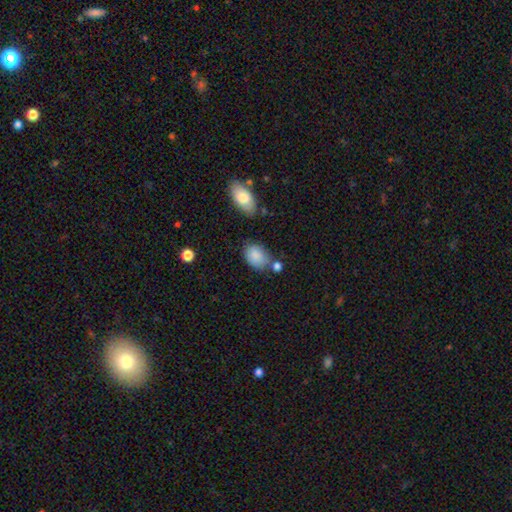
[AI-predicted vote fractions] The model was most divided on "merging": none: 59%, minor disturbance: 23%, merger: 12%, major disturbance: 6%. More confident: smooth or featured — smooth (86%); how rounded — in between (81%).